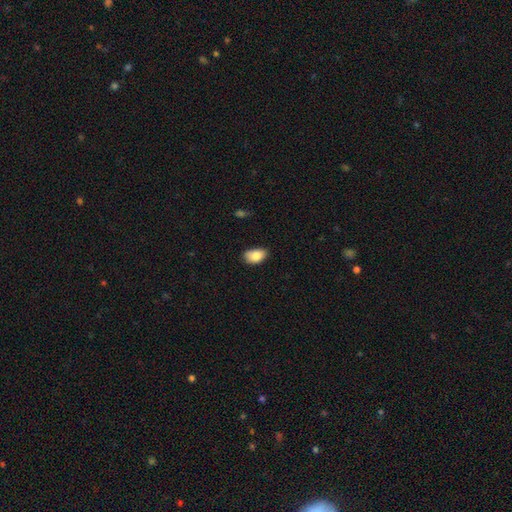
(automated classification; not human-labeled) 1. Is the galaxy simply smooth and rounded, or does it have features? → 84% smooth, 8% featured or disk, 8% star or artifact.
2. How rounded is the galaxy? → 90% in between, 9% round, 1% cigar-shaped.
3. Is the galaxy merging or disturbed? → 69% none, 25% minor disturbance, 4% major disturbance, 2% merger.